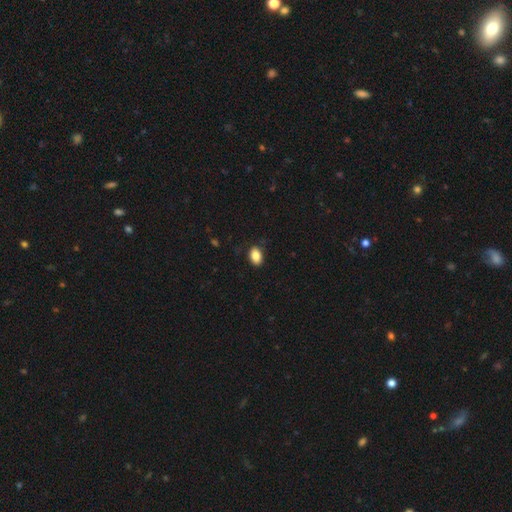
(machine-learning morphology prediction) smooth-or-featured: smooth: 87% | star or artifact: 8% | featured or disk: 5%
  how-rounded: in between: 86% | round: 13% | cigar-shaped: 1%
  merging: none: 85% | minor disturbance: 12% | major disturbance: 2% | merger: 1%